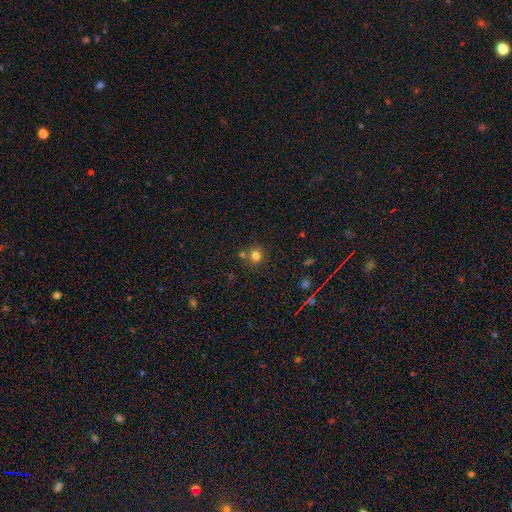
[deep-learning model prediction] Smooth or featured?
  - smooth: 78% *
  - star or artifact: 15%
  - featured or disk: 7%
How rounded?
  - round: 89% *
  - in between: 10%
  - cigar-shaped: 1%
Merging?
  - none: 69% *
  - merger: 18%
  - minor disturbance: 10%
  - major disturbance: 3%